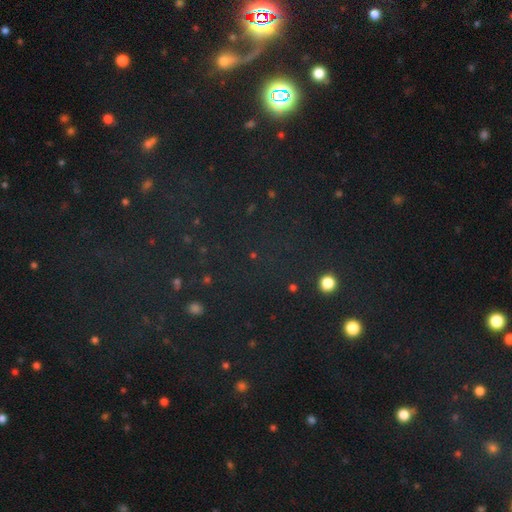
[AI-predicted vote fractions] Smooth or featured? star or artifact (69%)